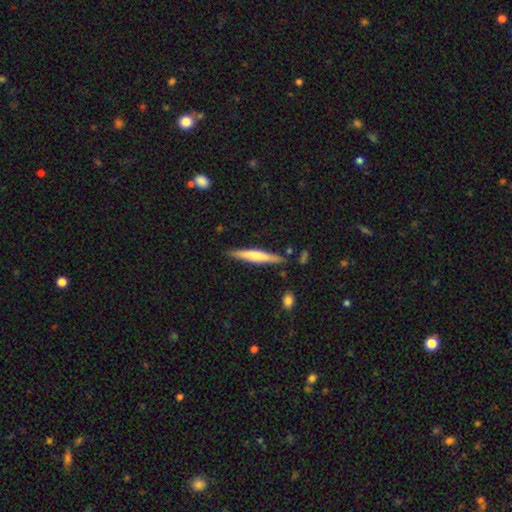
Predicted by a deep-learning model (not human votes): Smooth or featured? smooth (50%)
Merging? none (86%)